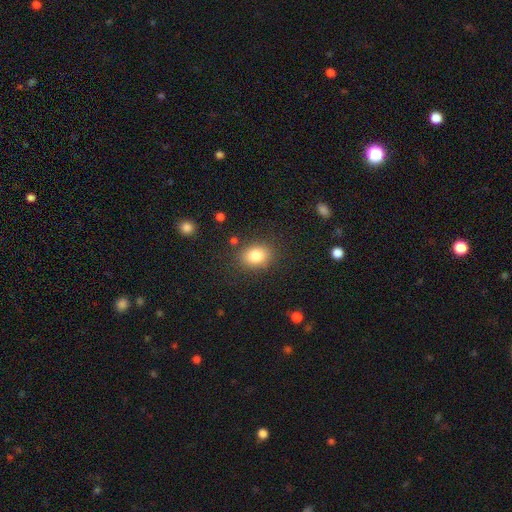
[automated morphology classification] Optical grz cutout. It shows a smooth galaxy with no disk features (82%) that is in between round and cigar-shaped (57%). Merging: none (83%).